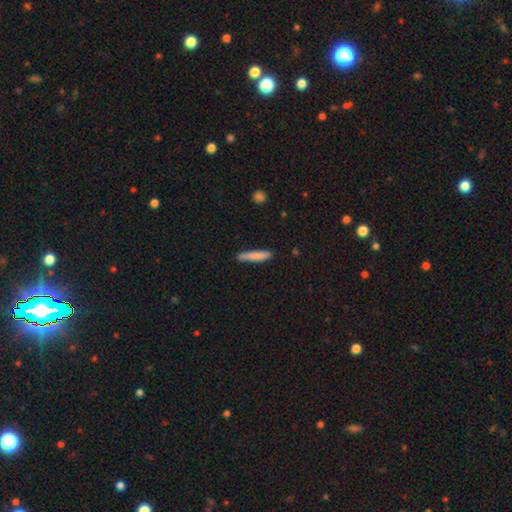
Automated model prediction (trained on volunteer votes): Morphology: type=smooth (82%); roundness=cigar-shaped (91%); merging=none (81%).